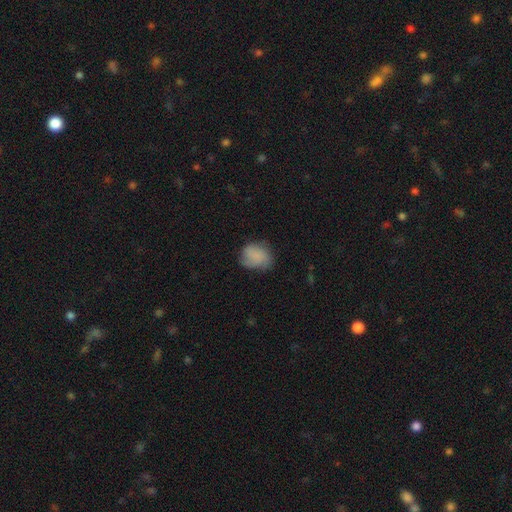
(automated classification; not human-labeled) The model was most divided on "how rounded": round: 54%, in between: 45%, cigar-shaped: 1%. More confident: smooth or featured — smooth (75%); merging — none (60%).